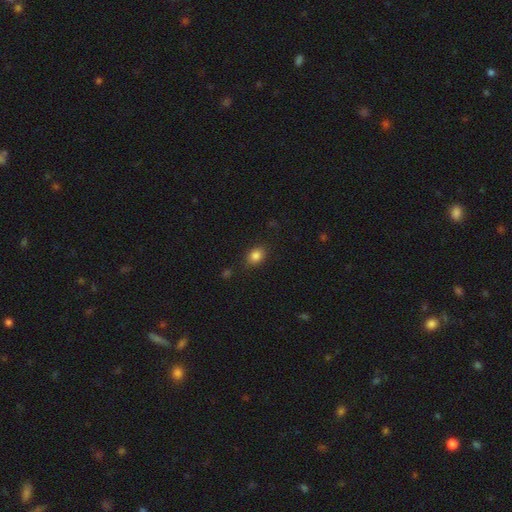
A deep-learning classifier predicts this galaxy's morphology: type=smooth (85%); roundness=in between (58%); merging=none (84%).